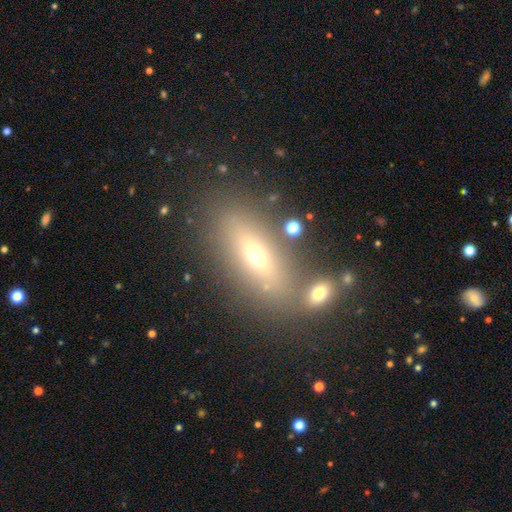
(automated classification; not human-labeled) This appears to be a smooth galaxy with no disk features (47%). Merging: none (70%).